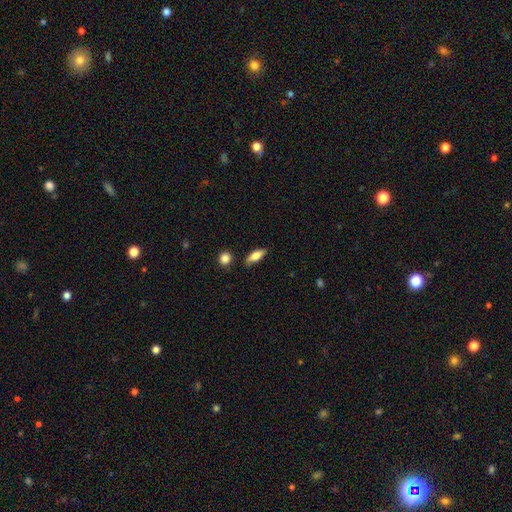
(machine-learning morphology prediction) Smooth or featured? smooth (69%)
How rounded? in between (62%)
Merging? none (81%)